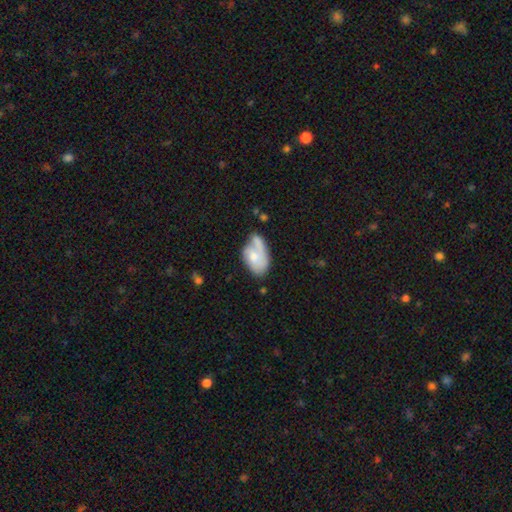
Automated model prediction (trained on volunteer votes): A smooth galaxy with no disk features (48%).

Vote fractions:
- Smooth or featured? smooth: 48% / featured or disk: 46% / star or artifact: 6%
- Merging? none: 35% / minor disturbance: 28% / major disturbance: 21% / merger: 16%